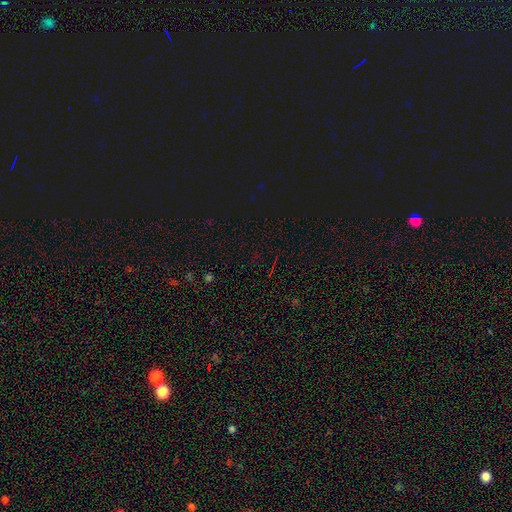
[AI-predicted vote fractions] star or artifact 74%, smooth 17%, featured or disk 9%.